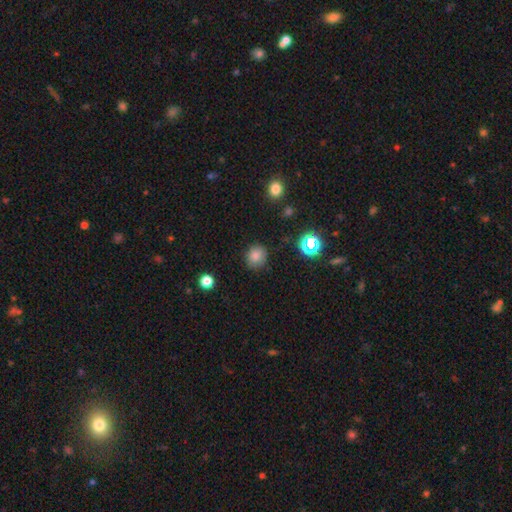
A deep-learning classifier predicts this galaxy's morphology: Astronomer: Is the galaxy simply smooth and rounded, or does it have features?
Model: smooth — 80%.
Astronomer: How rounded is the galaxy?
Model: round — 78%.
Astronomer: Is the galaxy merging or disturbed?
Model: none — 85%.